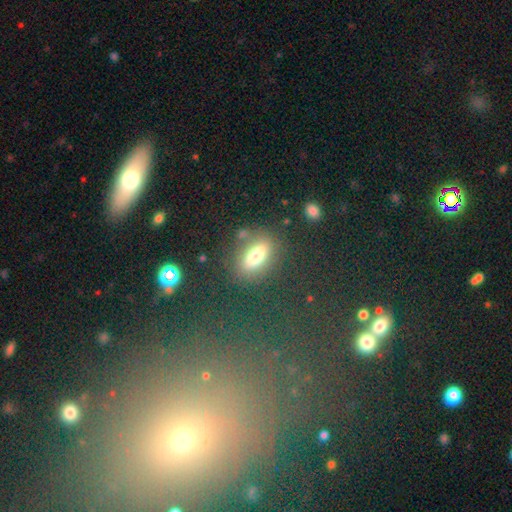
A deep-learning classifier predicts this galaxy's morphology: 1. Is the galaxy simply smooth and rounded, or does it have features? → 69% smooth, 20% featured or disk, 11% star or artifact.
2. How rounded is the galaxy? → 73% in between, 18% cigar-shaped, 9% round.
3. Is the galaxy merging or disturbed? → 77% none, 13% minor disturbance, 6% major disturbance, 4% merger.